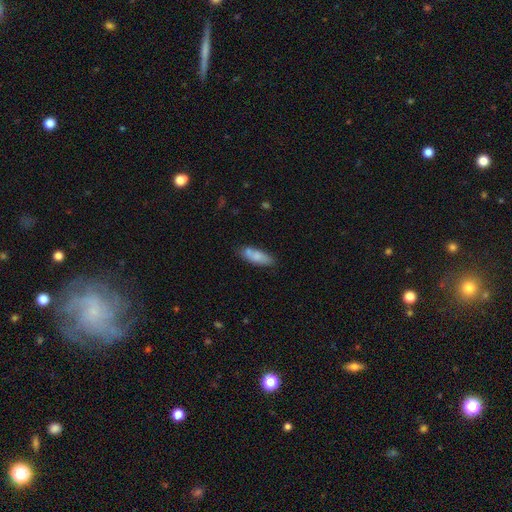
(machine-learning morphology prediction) smooth-or-featured: smooth: 77% | featured or disk: 16% | star or artifact: 7%
  how-rounded: in between: 62% | cigar-shaped: 36% | round: 2%
  merging: none: 66% | minor disturbance: 18% | merger: 12% | major disturbance: 4%